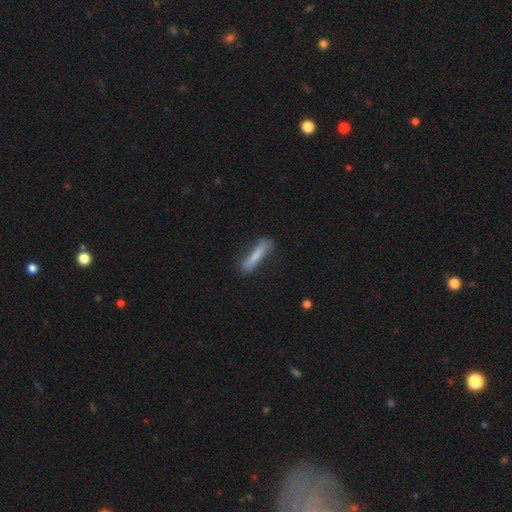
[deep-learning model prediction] Morphology: type=smooth (76%); roundness=cigar-shaped (90%); merging=none (75%).